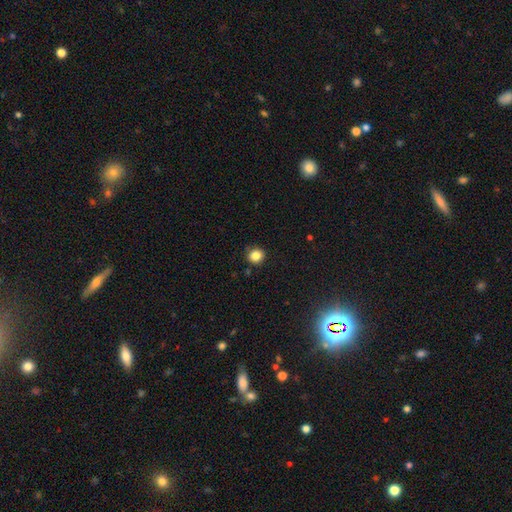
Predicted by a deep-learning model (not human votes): smooth_or_featured: smooth (p=0.84) [alt: star or artifact p=0.11]
how_rounded: round (p=0.90) [alt: in between p=0.09]
merging: none (p=0.89) [alt: minor disturbance p=0.08]